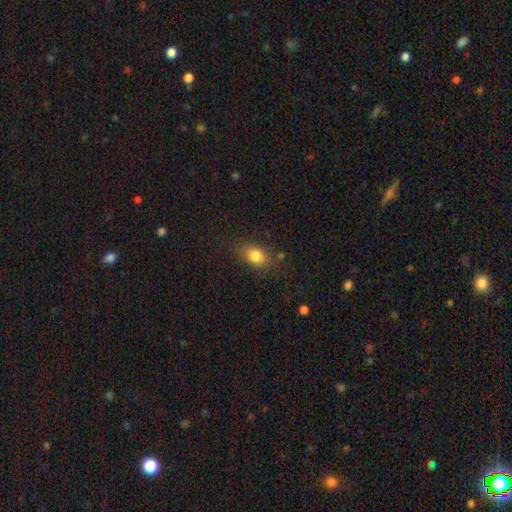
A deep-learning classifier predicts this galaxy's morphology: smooth 83%, star or artifact 10%, featured or disk 8%. Down the decision tree: how rounded — in between (72%); merging — none (79%).